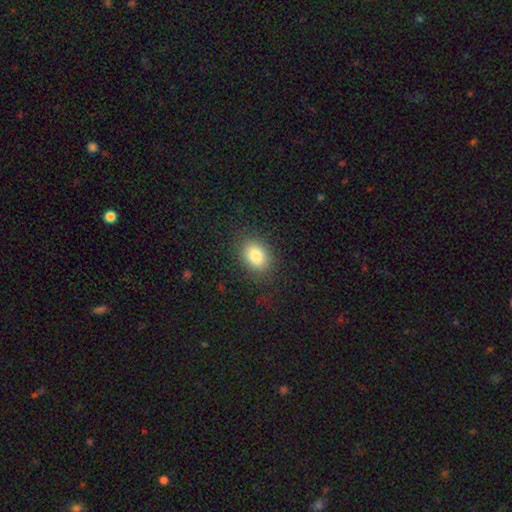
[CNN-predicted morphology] smooth-or-featured: smooth: 83% | star or artifact: 9% | featured or disk: 8%
  how-rounded: in between: 65% | round: 34% | cigar-shaped: 1%
  merging: none: 84% | minor disturbance: 10% | major disturbance: 4% | merger: 1%